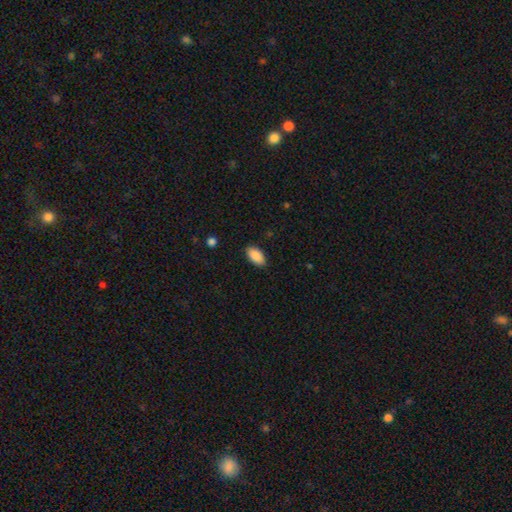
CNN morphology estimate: smooth-or-featured: smooth: 89% | star or artifact: 7% | featured or disk: 4%
  how-rounded: in between: 94% | cigar-shaped: 3% | round: 3%
  merging: none: 87% | minor disturbance: 10% | major disturbance: 2% | merger: 1%